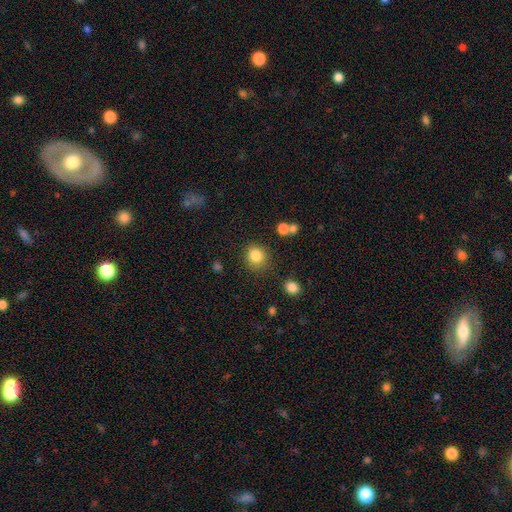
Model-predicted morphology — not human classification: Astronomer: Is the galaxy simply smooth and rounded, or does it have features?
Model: smooth — 84%.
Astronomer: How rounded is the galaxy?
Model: round — 80%.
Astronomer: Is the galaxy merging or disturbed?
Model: none — 80%.